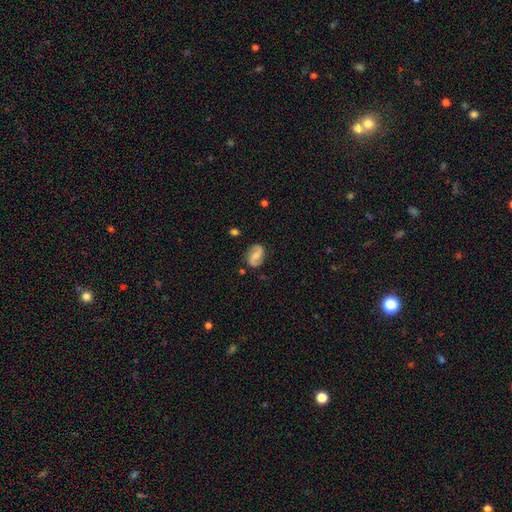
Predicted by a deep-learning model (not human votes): This is likely a featured or disk galaxy (70%). It is clearly not viewed edge-on (97%). Bar: marginally weak (43%). Spiral arm pattern: clearly yes (93%). Spiral arm count: clearly 2 (92%). Spiral winding: marginally loose (43%). Central bulge: marginally small (41%). Merging: clearly none (82%).